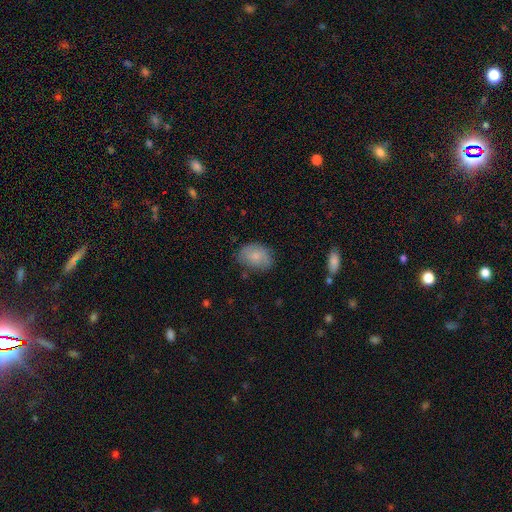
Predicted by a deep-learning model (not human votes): Morphology: type=smooth (78%); roundness=in between (80%); merging=none (71%).